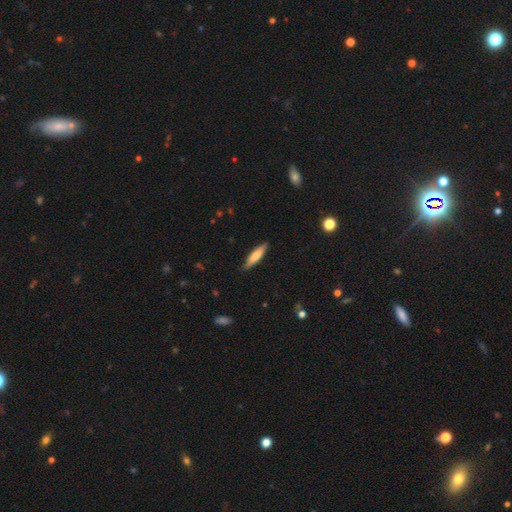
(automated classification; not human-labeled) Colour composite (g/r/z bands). It shows a smooth galaxy with no disk features (71%) that is cigar-shaped (75%). Merging: none (86%).